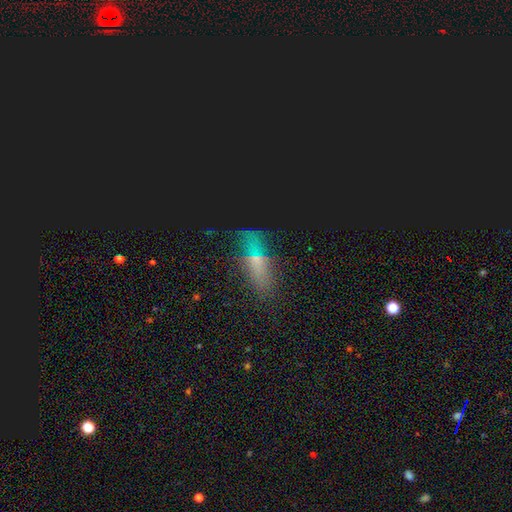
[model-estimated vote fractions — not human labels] Overall: smooth (42%; star or artifact 33%). Merging: none (61%; minor disturbance 21%).